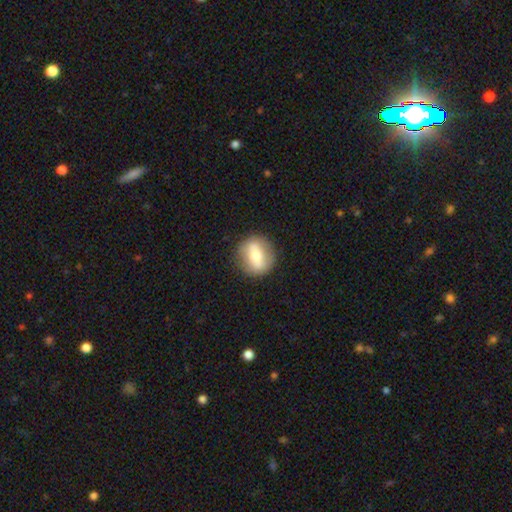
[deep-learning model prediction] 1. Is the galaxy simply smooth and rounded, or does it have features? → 51% smooth, 42% featured or disk, 7% star or artifact.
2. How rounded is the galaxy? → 74% round, 23% in between, 3% cigar-shaped.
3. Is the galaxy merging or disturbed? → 86% none, 10% minor disturbance, 3% major disturbance, 1% merger.